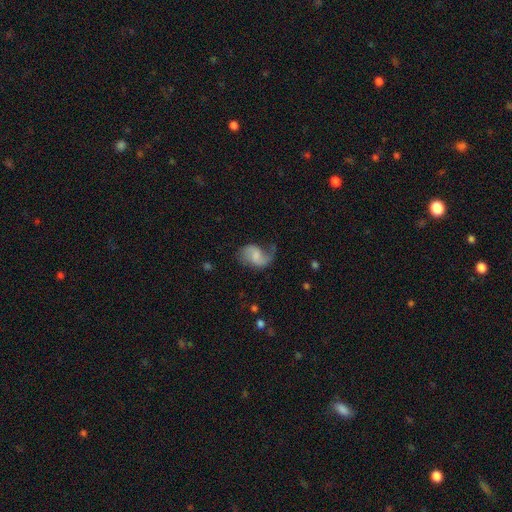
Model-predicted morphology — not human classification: Smooth or featured?
  - featured or disk: 66% *
  - smooth: 26%
  - star or artifact: 7%
Edge-on disk?
  - no: 98% *
  - yes: 2%
Bar?
  - weak: 47% *
  - no: 40%
  - strong: 12%
Spiral arms?
  - yes: 91% *
  - no: 9%
Spiral winding?
  - loose: 62% *
  - medium: 30%
  - tight: 8%
Spiral arm count?
  - 2: 64% *
  - 1: 29%
  - can't tell: 4%
  - 3: 1%
  - 4: 1%
  - more than 4: 1%
Bulge size?
  - none: 33% *
  - small: 30%
  - moderate: 27%
  - large: 8%
  - dominant: 2%
Merging?
  - none: 46% *
  - major disturbance: 26%
  - minor disturbance: 26%
  - merger: 3%